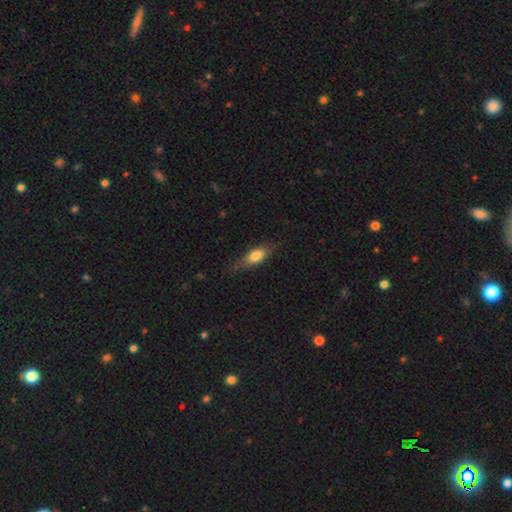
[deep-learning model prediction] This appears to be a smooth galaxy with no disk features (75%) that is in between round and cigar-shaped (73%). Merging: none (67%).